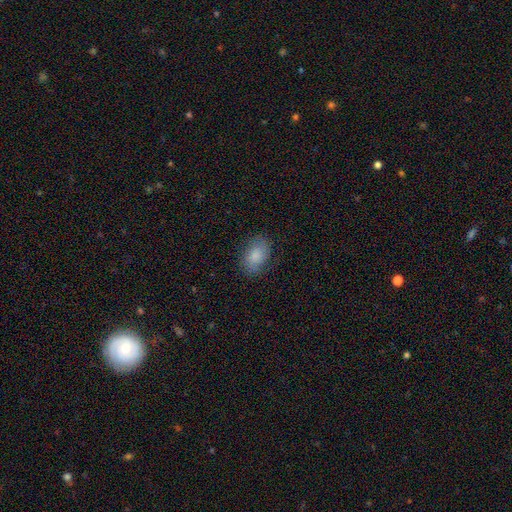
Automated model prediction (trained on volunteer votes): smooth_or_featured: smooth (p=0.82) [alt: featured or disk p=0.11]
how_rounded: in between (p=0.87) [alt: round p=0.12]
merging: none (p=0.80) [alt: minor disturbance p=0.15]